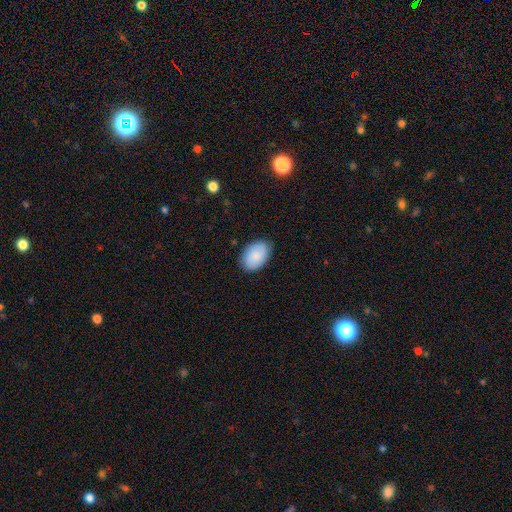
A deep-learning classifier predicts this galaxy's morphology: A smooth galaxy with no disk features (84%) that is in between round and cigar-shaped (87%).

Vote fractions:
- Smooth or featured? smooth: 84% / featured or disk: 10% / star or artifact: 6%
- How rounded? in between: 87% / round: 12% / cigar-shaped: 1%
- Merging? none: 85% / minor disturbance: 12% / major disturbance: 2% / merger: 1%